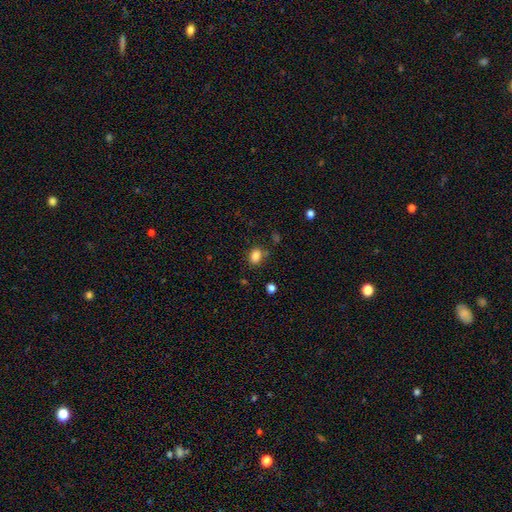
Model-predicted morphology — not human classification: Smooth or featured?
  - smooth: 84% *
  - star or artifact: 11%
  - featured or disk: 5%
How rounded?
  - in between: 73% *
  - round: 26%
  - cigar-shaped: 1%
Merging?
  - none: 70% *
  - minor disturbance: 18%
  - merger: 7%
  - major disturbance: 6%